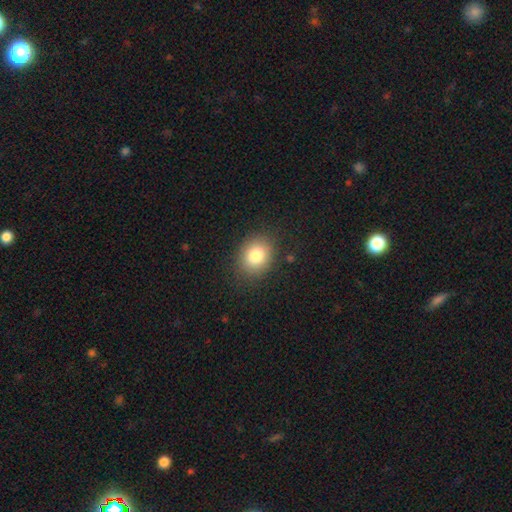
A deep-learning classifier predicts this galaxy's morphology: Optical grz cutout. It shows a smooth galaxy with no disk features (81%) that is round (54%). Merging: none (85%).